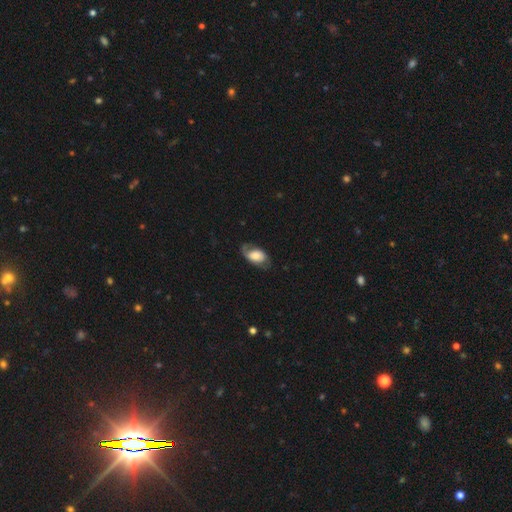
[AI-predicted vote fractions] Morphology: type=featured or disk (50%); edge-on=no (94%); merging=none (60%).